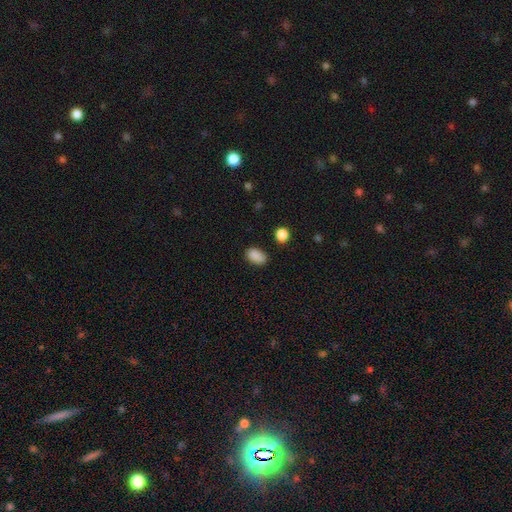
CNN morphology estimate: Q: Smooth or featured?
A: smooth (87%); runner-up: star or artifact (9%)
Q: How rounded?
A: in between (88%); runner-up: round (10%)
Q: Merging?
A: none (80%); runner-up: minor disturbance (14%)